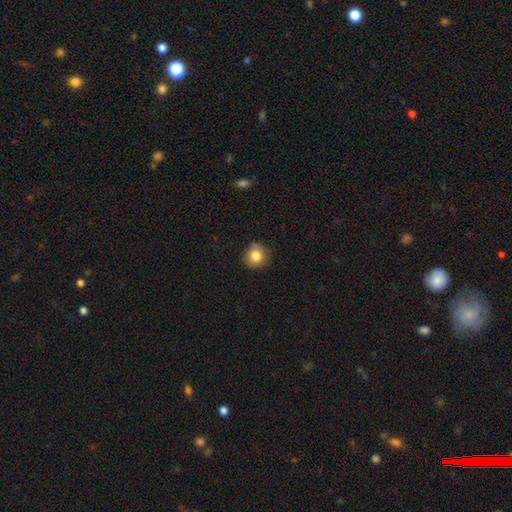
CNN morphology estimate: This appears to be a smooth galaxy with no disk features (82%) that is round (89%). Merging: none (77%).